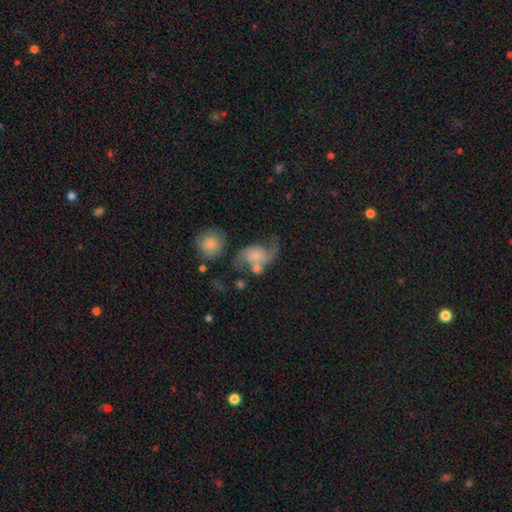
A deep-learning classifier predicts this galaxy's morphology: Q: Smooth or featured?
A: featured or disk (72%); runner-up: smooth (20%)
Q: Edge-on disk?
A: no (97%); runner-up: yes (3%)
Q: Bar?
A: no (70%); runner-up: weak (25%)
Q: Spiral arms?
A: yes (92%); runner-up: no (8%)
Q: Spiral winding?
A: loose (68%); runner-up: medium (26%)
Q: Spiral arm count?
A: 2 (88%); runner-up: 1 (6%)
Q: Bulge size?
A: small (35%); runner-up: moderate (27%)
Q: Merging?
A: none (38%); runner-up: merger (21%)